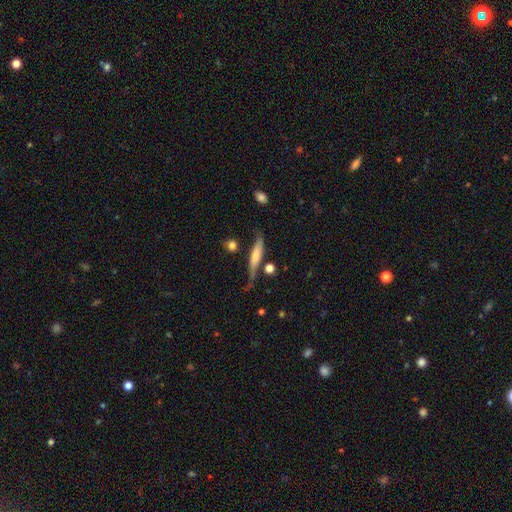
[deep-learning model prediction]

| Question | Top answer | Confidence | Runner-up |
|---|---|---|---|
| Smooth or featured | smooth | 54% | featured or disk (40%) |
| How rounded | cigar-shaped | 81% | in between (17%) |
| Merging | none | 58% | minor disturbance (26%) |